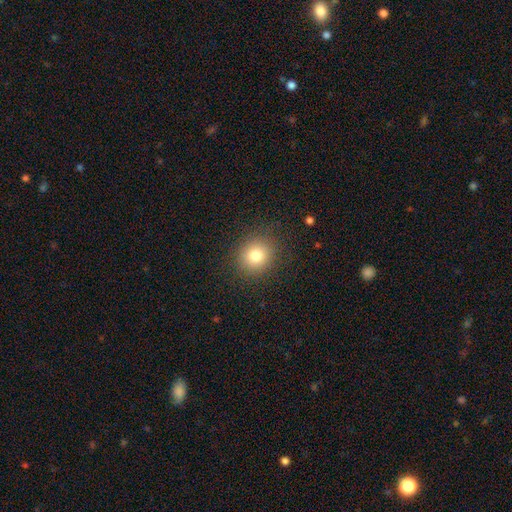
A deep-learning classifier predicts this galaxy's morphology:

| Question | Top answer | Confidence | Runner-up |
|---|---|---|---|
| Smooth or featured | smooth | 80% | star or artifact (12%) |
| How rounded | round | 79% | in between (20%) |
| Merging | none | 88% | minor disturbance (8%) |